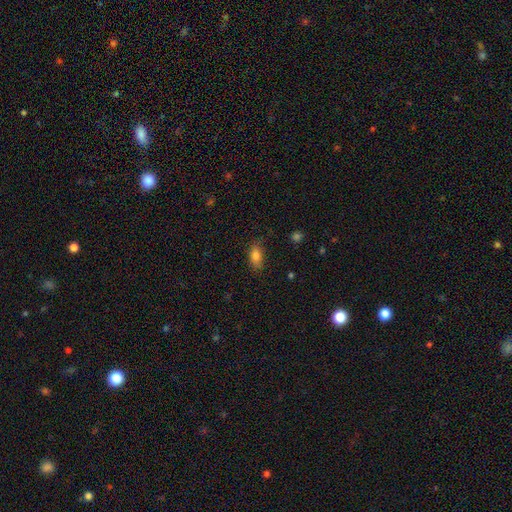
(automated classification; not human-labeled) The model was most divided on "merging": none: 77%, minor disturbance: 18%, major disturbance: 4%, merger: 1%. More confident: how rounded — in between (87%); smooth or featured — smooth (84%).